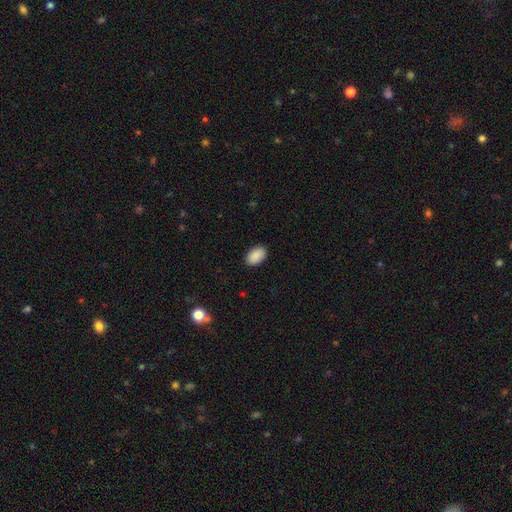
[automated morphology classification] A smooth galaxy with no disk features (90%) that is in between round and cigar-shaped (92%).

Vote fractions:
- Smooth or featured? smooth: 90% / star or artifact: 7% / featured or disk: 3%
- How rounded? in between: 92% / round: 7% / cigar-shaped: 1%
- Merging? none: 90% / minor disturbance: 7% / major disturbance: 2% / merger: 1%